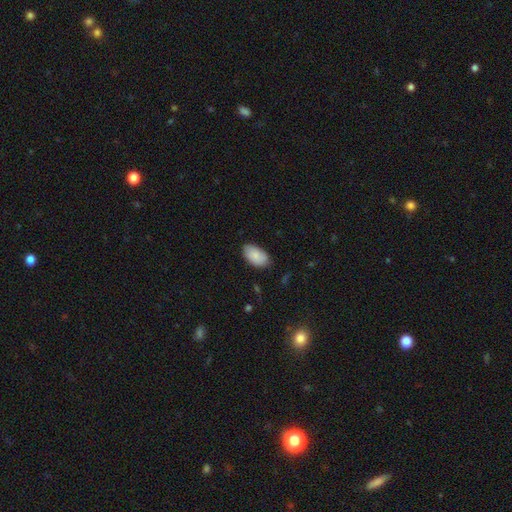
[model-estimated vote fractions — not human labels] Smooth or featured? Predicted: smooth (p=0.86). How rounded? Predicted: in between (p=0.95). Merging? Predicted: none (p=0.81).